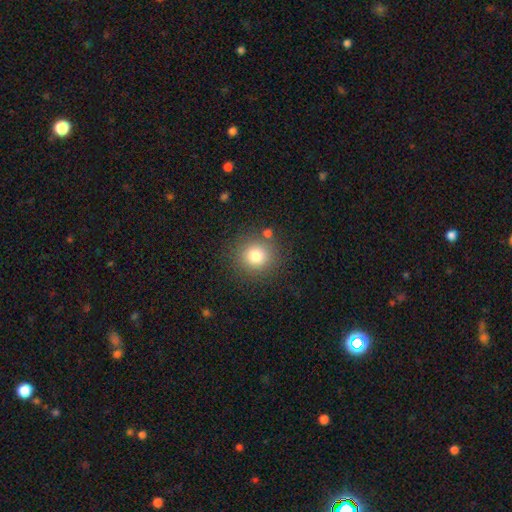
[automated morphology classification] A smooth galaxy with no disk features (79%) that is round (92%). Merging: none (83%).